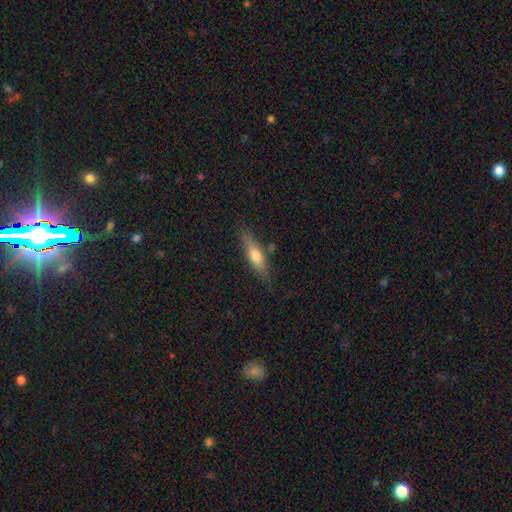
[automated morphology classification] Smooth or featured? smooth (57%)
How rounded? cigar-shaped (64%)
Merging? none (78%)